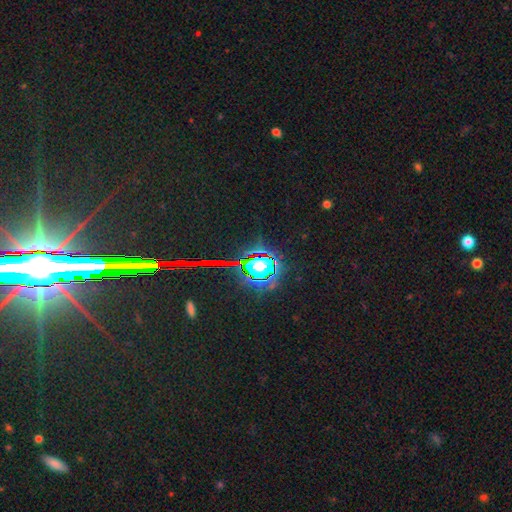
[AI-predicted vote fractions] star or artifact 85%, smooth 8%, featured or disk 7%.